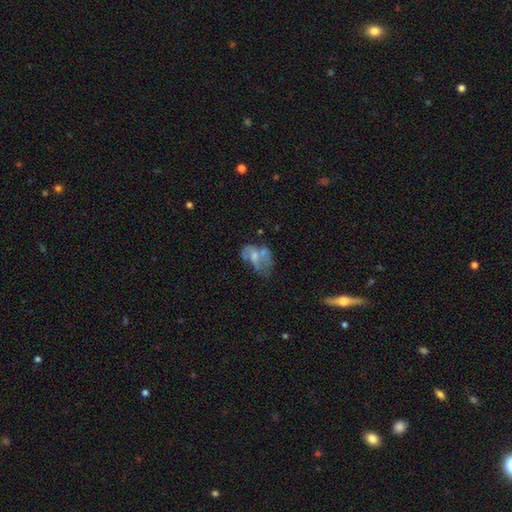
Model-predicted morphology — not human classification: smooth_or_featured: featured or disk (p=0.50) [alt: smooth p=0.39]
merging: major disturbance (p=0.32) [alt: merger p=0.25]